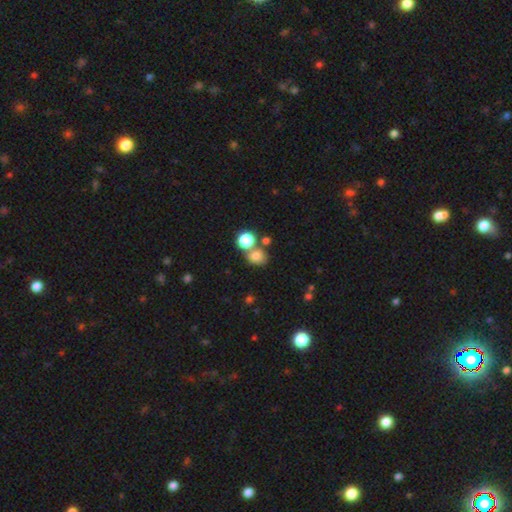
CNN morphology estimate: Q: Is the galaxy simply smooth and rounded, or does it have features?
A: smooth — 74%.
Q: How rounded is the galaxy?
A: round — 68%.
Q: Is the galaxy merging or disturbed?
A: none — 56%.